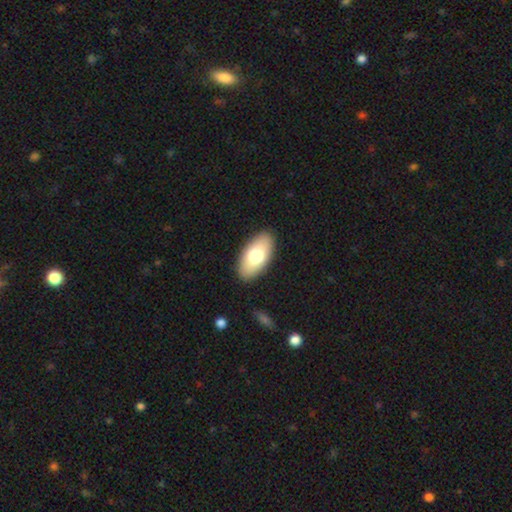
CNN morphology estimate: Smooth or featured? smooth (71%)
How rounded? in between (93%)
Merging? none (89%)